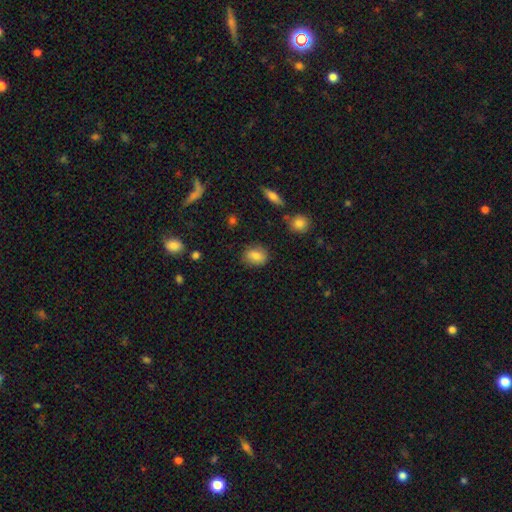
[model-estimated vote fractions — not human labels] The model was most divided on "how rounded": in between: 61%, round: 37%, cigar-shaped: 2%. More confident: smooth or featured — smooth (82%); merging — none (81%).